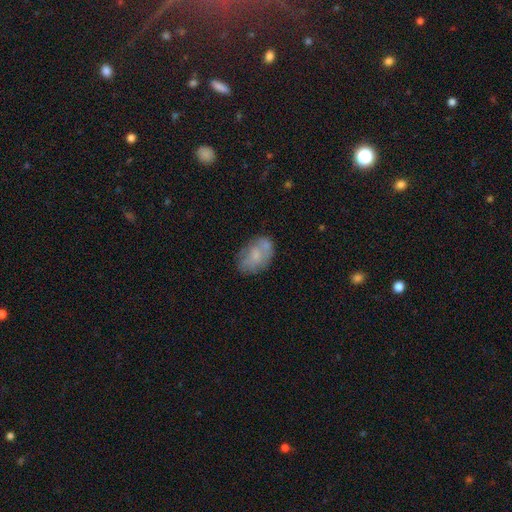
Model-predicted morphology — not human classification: smooth_or_featured: smooth (p=0.57) [alt: featured or disk p=0.35]
how_rounded: in between (p=0.83) [alt: round p=0.15]
merging: none (p=0.56) [alt: minor disturbance p=0.24]